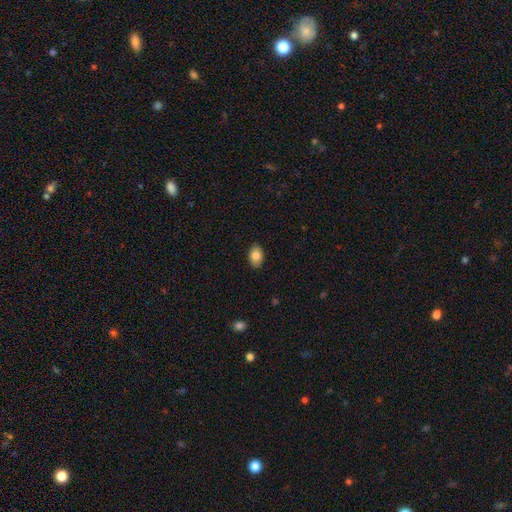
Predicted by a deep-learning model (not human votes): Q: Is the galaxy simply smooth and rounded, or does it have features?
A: smooth — 84%.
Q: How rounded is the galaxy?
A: in between — 87%.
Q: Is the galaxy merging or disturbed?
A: none — 88%.